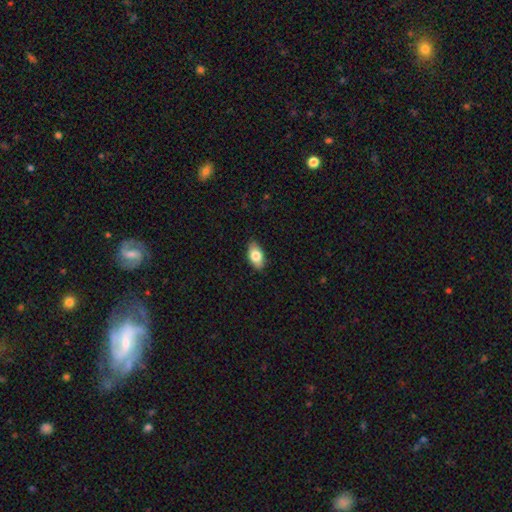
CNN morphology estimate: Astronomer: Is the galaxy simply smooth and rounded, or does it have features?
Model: smooth — 79%.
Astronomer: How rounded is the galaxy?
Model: in between — 92%.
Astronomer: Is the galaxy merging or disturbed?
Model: none — 87%.